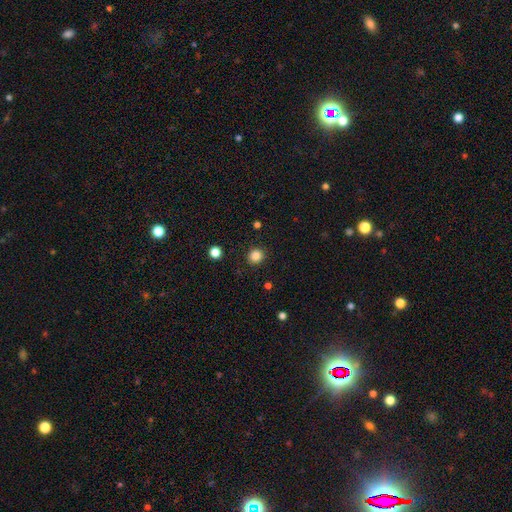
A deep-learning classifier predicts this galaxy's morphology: This appears to be a smooth galaxy with no disk features (85%) that is round (91%). Merging: none (91%).